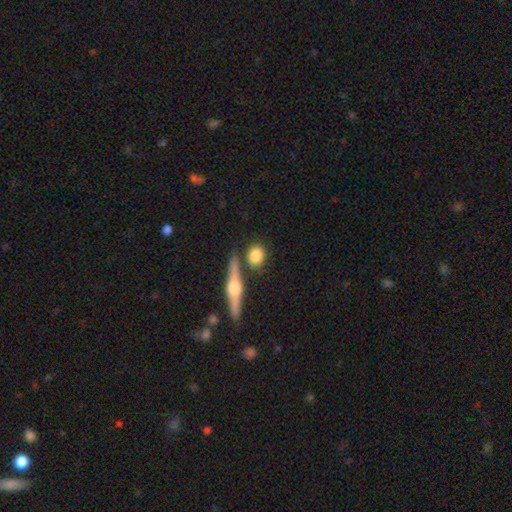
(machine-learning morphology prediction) A smooth galaxy with no disk features (76%) that is round (71%). Merging: none (73%).